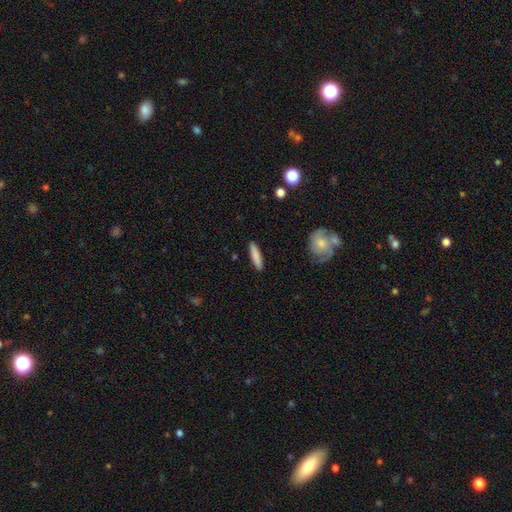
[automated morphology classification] smooth-or-featured: smooth: 84% | featured or disk: 10% | star or artifact: 6%
  how-rounded: cigar-shaped: 84% | in between: 14% | round: 1%
  merging: none: 90% | minor disturbance: 7% | major disturbance: 2% | merger: 1%